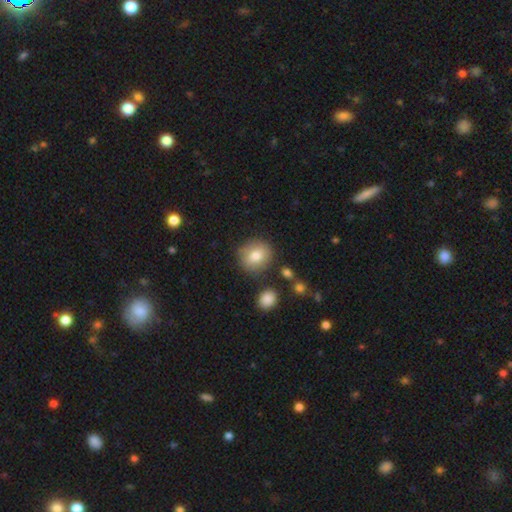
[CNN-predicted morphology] smooth 79%, featured or disk 12%, star or artifact 9%. Down the decision tree: how rounded — round (82%); merging — none (81%).